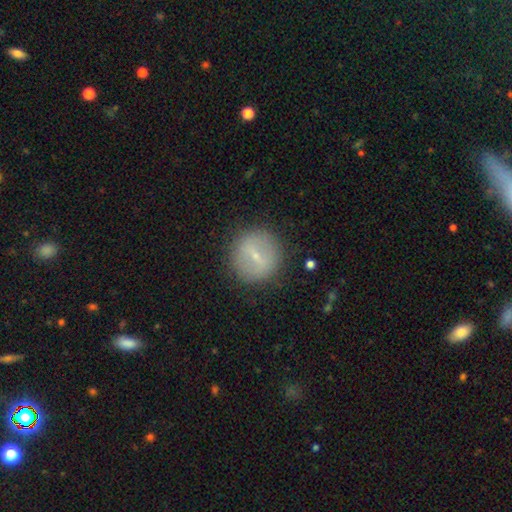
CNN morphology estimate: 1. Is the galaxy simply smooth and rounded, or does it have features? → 46% smooth (tied), 46% featured or disk (tied), 9% star or artifact.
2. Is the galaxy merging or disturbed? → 86% none, 9% minor disturbance, 4% major disturbance, 1% merger.